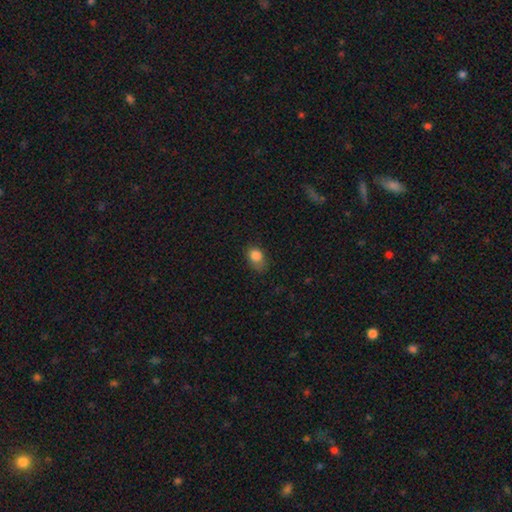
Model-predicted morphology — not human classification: Smooth or featured?
  - smooth: 83% *
  - star or artifact: 10%
  - featured or disk: 7%
How rounded?
  - in between: 62% *
  - round: 37%
  - cigar-shaped: 1%
Merging?
  - none: 51% *
  - minor disturbance: 35%
  - major disturbance: 13%
  - merger: 2%